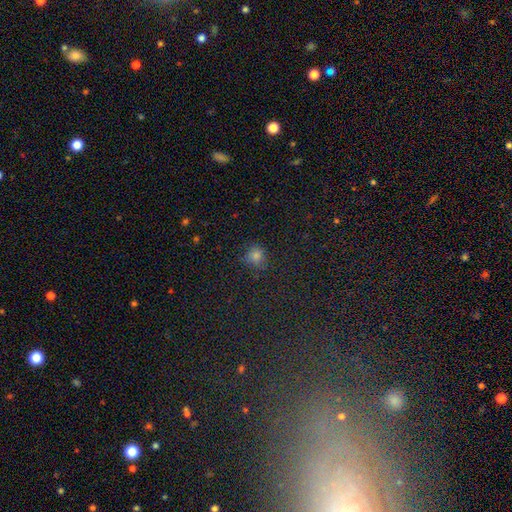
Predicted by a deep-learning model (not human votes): This is likely a smooth galaxy (76%). How rounded: clearly round (82%). Merging: likely none (78%).